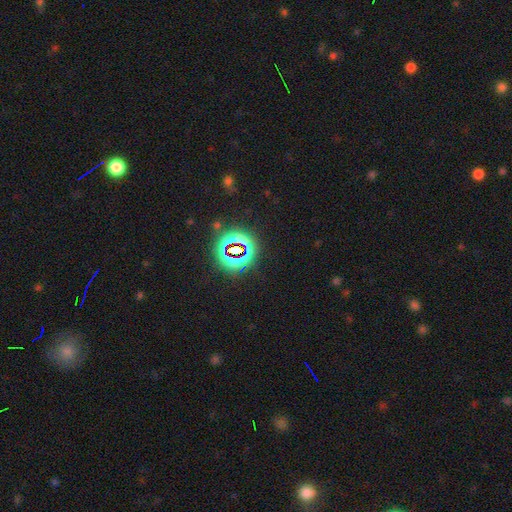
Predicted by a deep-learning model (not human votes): star or artifact 83%, smooth 11%, featured or disk 7%.